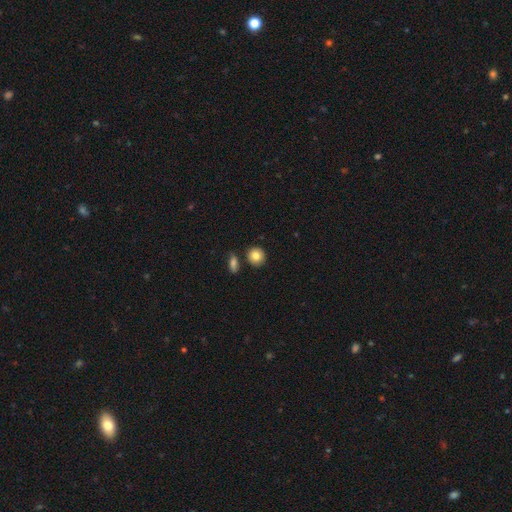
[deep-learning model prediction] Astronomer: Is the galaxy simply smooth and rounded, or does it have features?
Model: smooth — 83%.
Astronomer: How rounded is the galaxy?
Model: round — 86%.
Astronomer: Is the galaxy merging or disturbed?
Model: none — 81%.